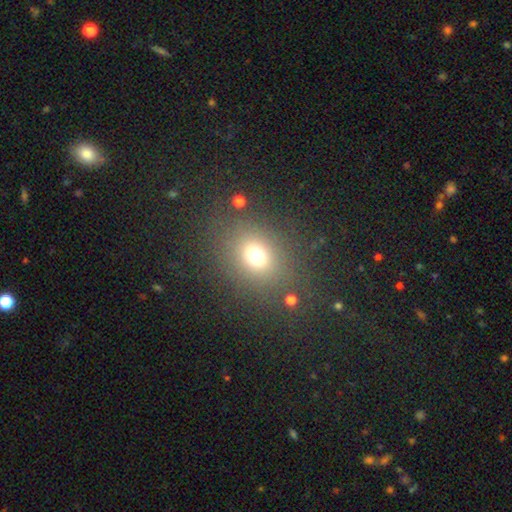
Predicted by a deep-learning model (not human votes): Morphology: type=smooth (70%); roundness=round (65%); merging=none (80%).